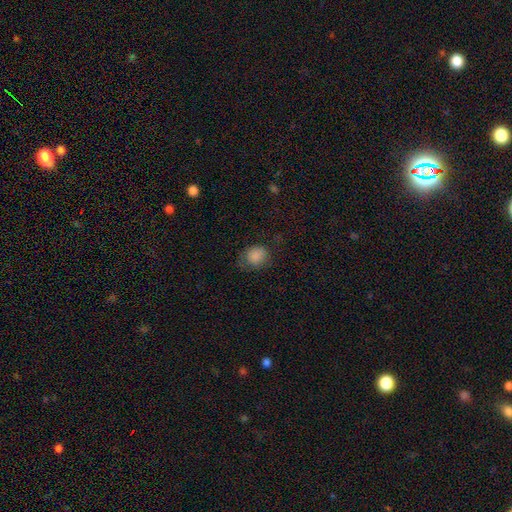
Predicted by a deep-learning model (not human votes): Smooth or featured?
  - smooth: 84% *
  - star or artifact: 9%
  - featured or disk: 7%
How rounded?
  - round: 65% *
  - in between: 34%
  - cigar-shaped: 1%
Merging?
  - none: 61% *
  - minor disturbance: 26%
  - major disturbance: 12%
  - merger: 1%